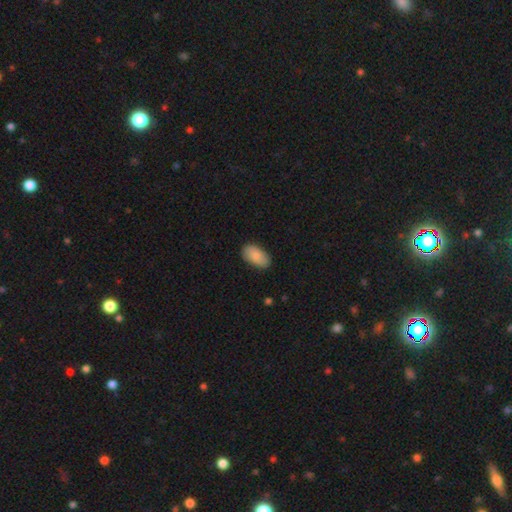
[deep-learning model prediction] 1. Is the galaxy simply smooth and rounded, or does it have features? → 87% smooth, 7% featured or disk, 6% star or artifact.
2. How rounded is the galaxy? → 95% in between, 3% round, 2% cigar-shaped.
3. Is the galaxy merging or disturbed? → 86% none, 11% minor disturbance, 2% major disturbance, 1% merger.